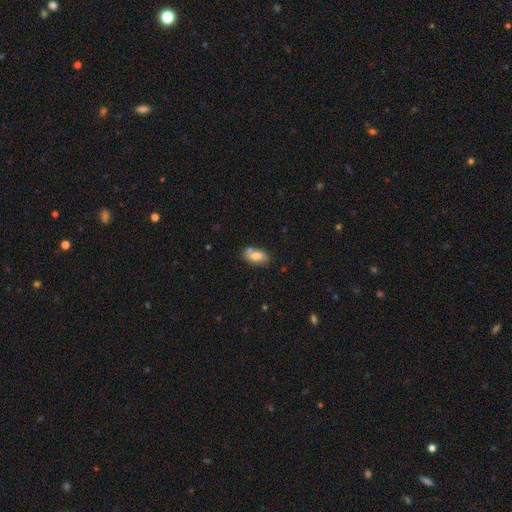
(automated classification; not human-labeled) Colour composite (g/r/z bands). It shows a smooth galaxy with no disk features (75%) that is in between round and cigar-shaped (91%). Merging: none (64%).